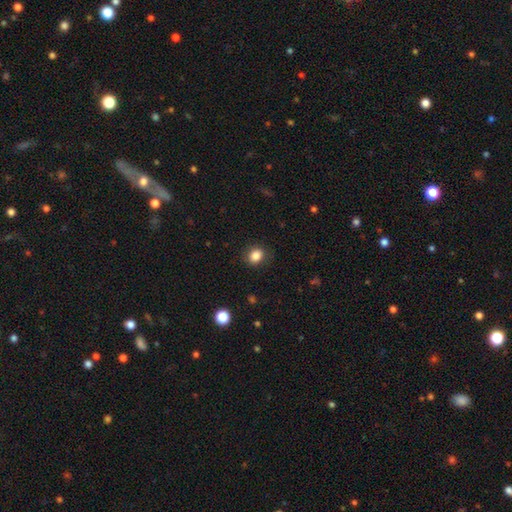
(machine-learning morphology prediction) Smooth or featured?
  - smooth: 85% *
  - star or artifact: 10%
  - featured or disk: 5%
How rounded?
  - round: 58% *
  - in between: 41%
  - cigar-shaped: 1%
Merging?
  - none: 85% *
  - minor disturbance: 11%
  - major disturbance: 3%
  - merger: 1%